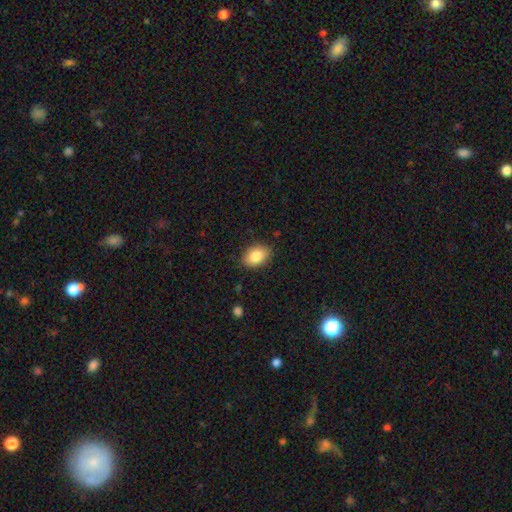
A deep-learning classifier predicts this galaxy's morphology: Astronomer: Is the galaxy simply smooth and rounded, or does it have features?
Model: smooth — 84%.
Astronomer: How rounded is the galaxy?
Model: in between — 82%.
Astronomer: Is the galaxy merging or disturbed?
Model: none — 87%.